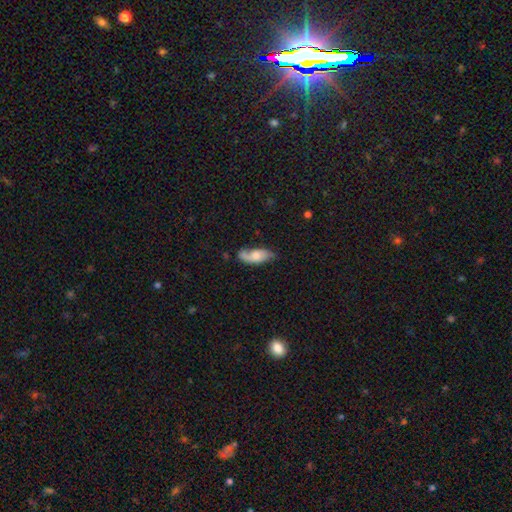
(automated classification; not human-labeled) Smooth or featured: featured or disk — 48% (smooth — 46%)
Merging: none — 60% (minor disturbance — 26%)